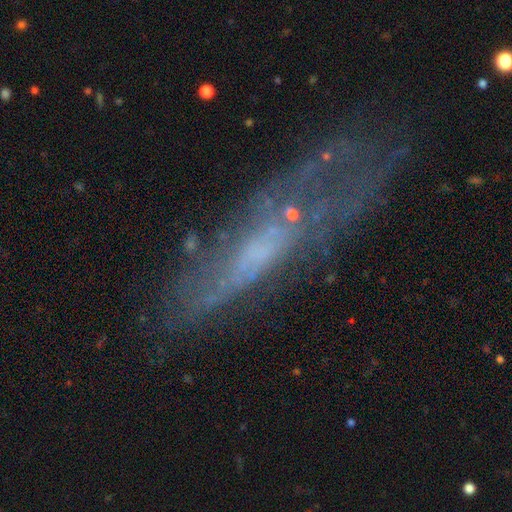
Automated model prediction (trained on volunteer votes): Q: Smooth or featured?
A: featured or disk (64%); runner-up: smooth (25%)
Q: Edge-on disk?
A: no (60%); runner-up: yes (40%)
Q: Merging?
A: none (55%); runner-up: minor disturbance (22%)